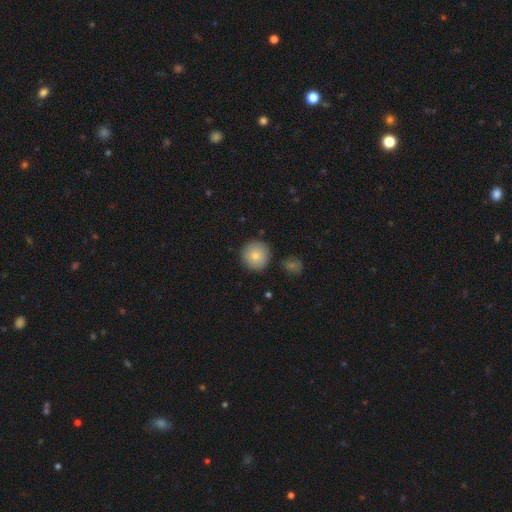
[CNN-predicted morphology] smooth-or-featured: smooth: 83% | featured or disk: 10% | star or artifact: 8%
  how-rounded: round: 95% | in between: 4% | cigar-shaped: 1%
  merging: none: 87% | minor disturbance: 8% | merger: 3% | major disturbance: 2%